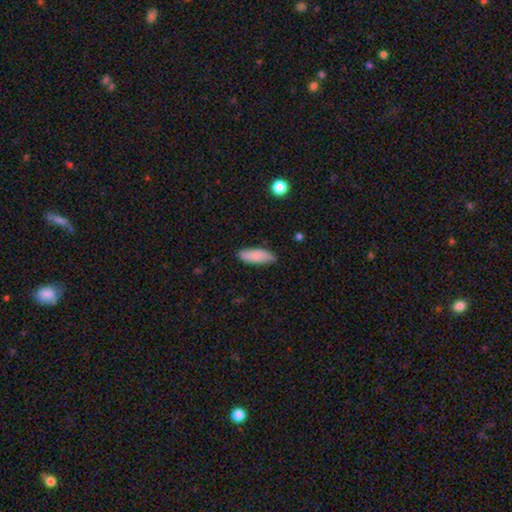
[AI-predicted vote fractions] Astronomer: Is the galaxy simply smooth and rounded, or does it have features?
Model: smooth — 84%.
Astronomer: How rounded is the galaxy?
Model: in between — 71%.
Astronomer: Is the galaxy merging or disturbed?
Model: none — 80%.